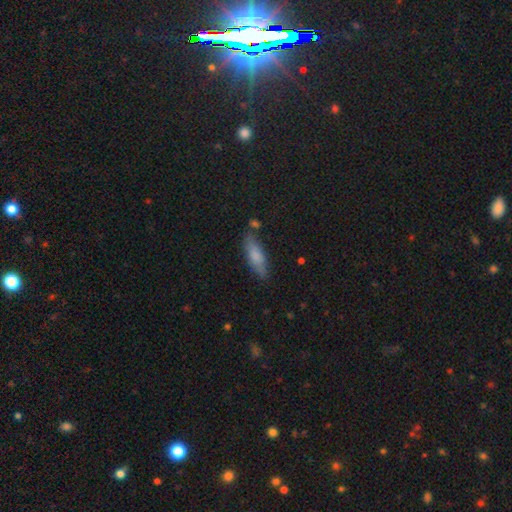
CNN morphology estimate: Smooth or featured?
  - smooth: 75% *
  - featured or disk: 18%
  - star or artifact: 7%
How rounded?
  - cigar-shaped: 49% * (tied)
  - in between: 49% * (tied)
  - round: 2%
Merging?
  - none: 77% *
  - minor disturbance: 16%
  - merger: 4%
  - major disturbance: 4%